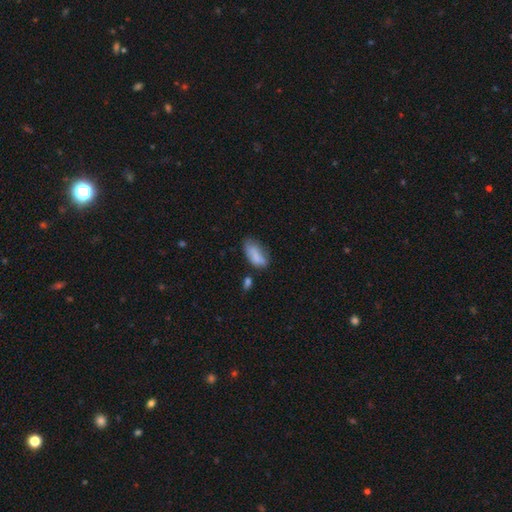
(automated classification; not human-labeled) This appears to be a smooth galaxy with no disk features (78%) that is in between round and cigar-shaped (88%). Merging: none (45%).